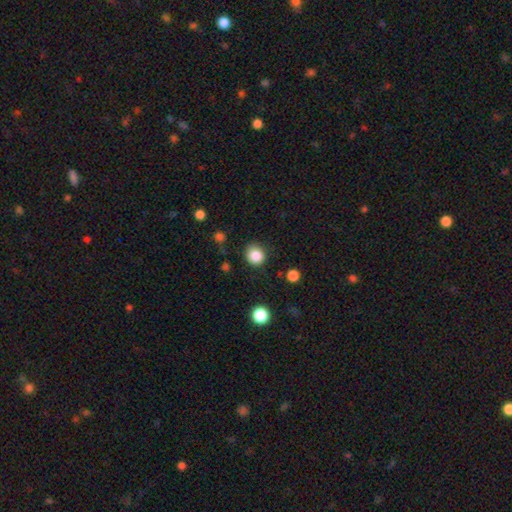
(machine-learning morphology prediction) Q: Smooth or featured?
A: smooth (85%); runner-up: star or artifact (10%)
Q: How rounded?
A: round (86%); runner-up: in between (13%)
Q: Merging?
A: none (84%); runner-up: minor disturbance (11%)